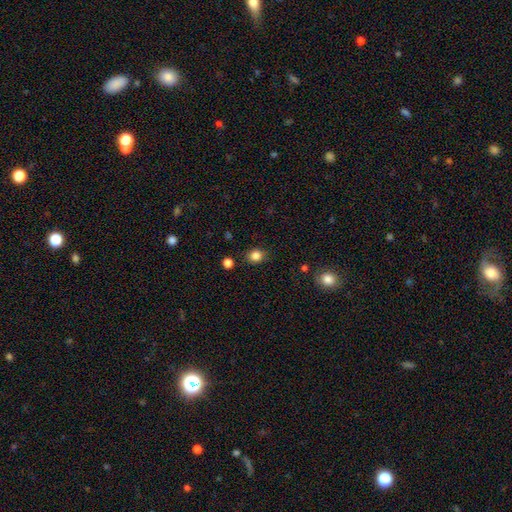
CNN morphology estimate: smooth-or-featured: smooth: 83% | star or artifact: 12% | featured or disk: 5%
  how-rounded: round: 72% | in between: 27% | cigar-shaped: 1%
  merging: none: 85% | minor disturbance: 10% | major disturbance: 3% | merger: 2%